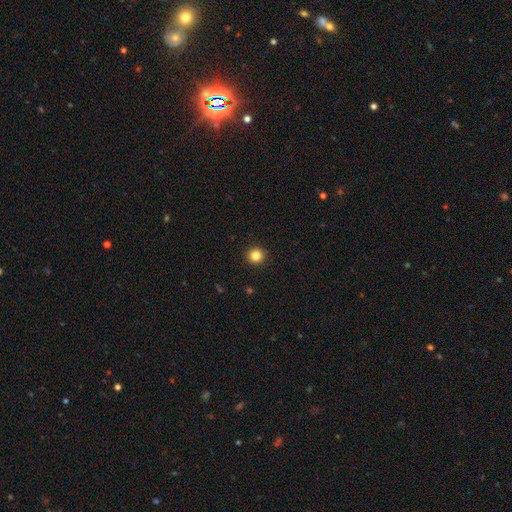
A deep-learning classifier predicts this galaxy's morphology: smooth-or-featured: smooth: 84% | star or artifact: 11% | featured or disk: 5%
  how-rounded: round: 93% | in between: 6% | cigar-shaped: 1%
  merging: none: 93% | minor disturbance: 4% | major disturbance: 2% | merger: 1%